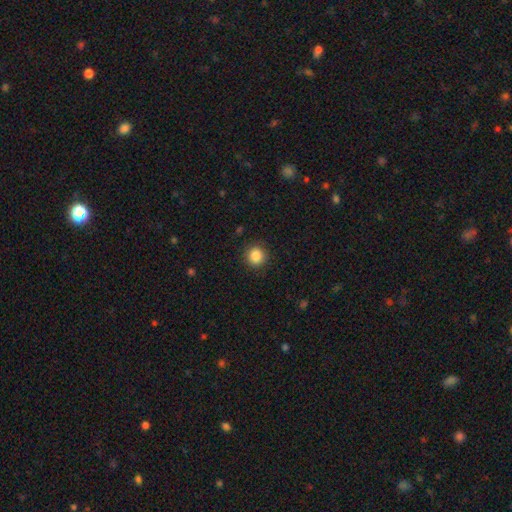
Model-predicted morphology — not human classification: This is clearly a smooth galaxy (87%). How rounded: clearly round (91%). Merging: clearly none (90%).